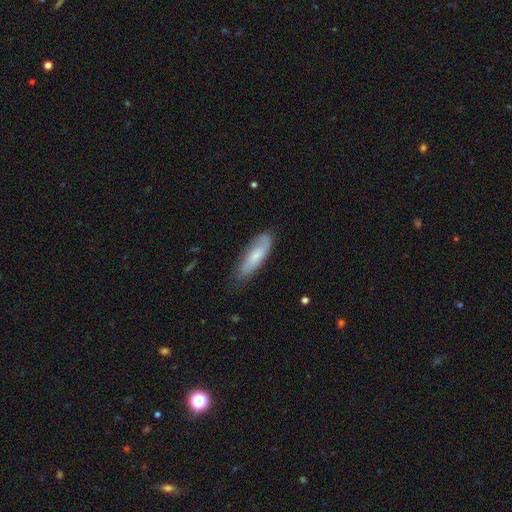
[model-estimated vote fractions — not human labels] A smooth galaxy with no disk features (65%) that is cigar-shaped (51%). Merging: none (68%).